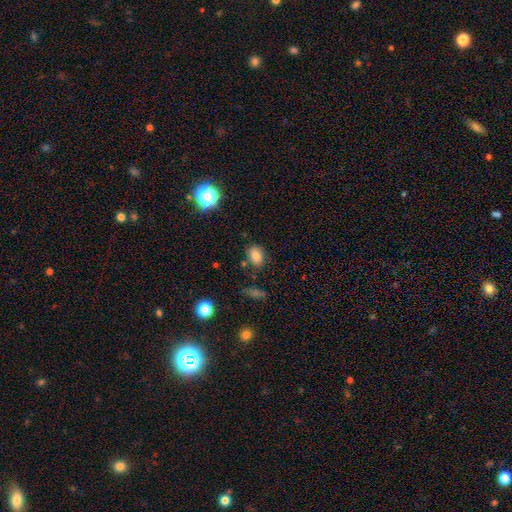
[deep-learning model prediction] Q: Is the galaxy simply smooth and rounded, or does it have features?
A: smooth — 80%.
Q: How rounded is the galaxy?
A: in between — 68%.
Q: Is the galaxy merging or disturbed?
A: none — 77%.